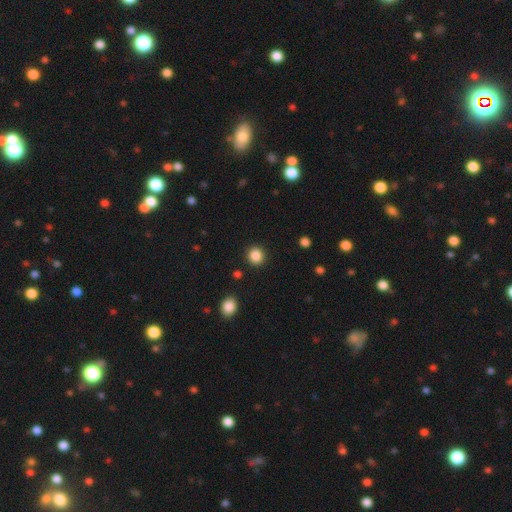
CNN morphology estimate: smooth 87%, star or artifact 10%, featured or disk 3%. Down the decision tree: how rounded — round (89%); merging — none (91%).